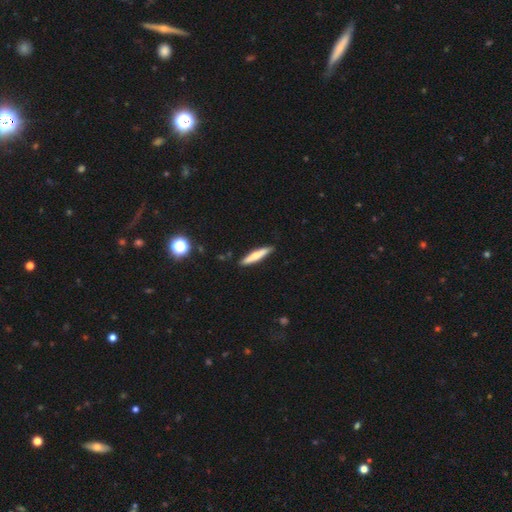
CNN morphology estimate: Smooth or featured: smooth — 61% (featured or disk — 33%)
How rounded: cigar-shaped — 88% (in between — 11%)
Merging: none — 87% (minor disturbance — 9%)